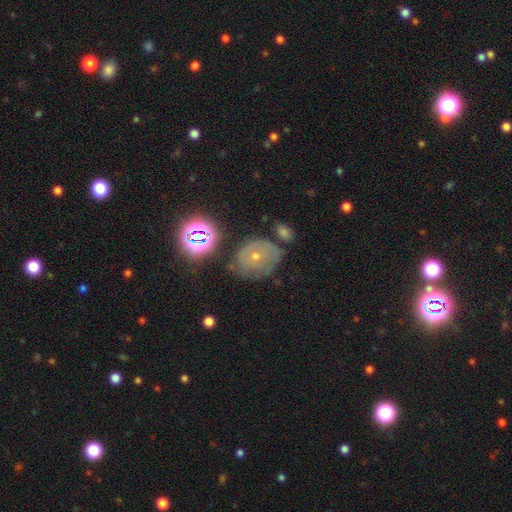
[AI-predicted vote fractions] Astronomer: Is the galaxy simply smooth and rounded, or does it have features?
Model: featured or disk — 48% (runner-up: smooth, 30%).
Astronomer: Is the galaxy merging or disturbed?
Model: none — 61%.